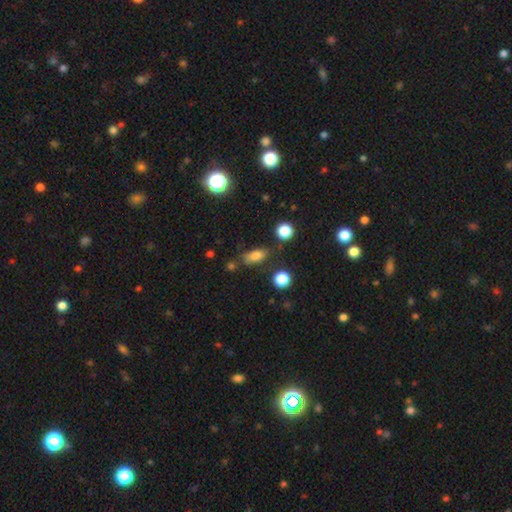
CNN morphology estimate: The model was most divided on "merging": none: 67%, minor disturbance: 20%, merger: 7%, major disturbance: 6%. More confident: smooth or featured — smooth (78%); how rounded — in between (75%).